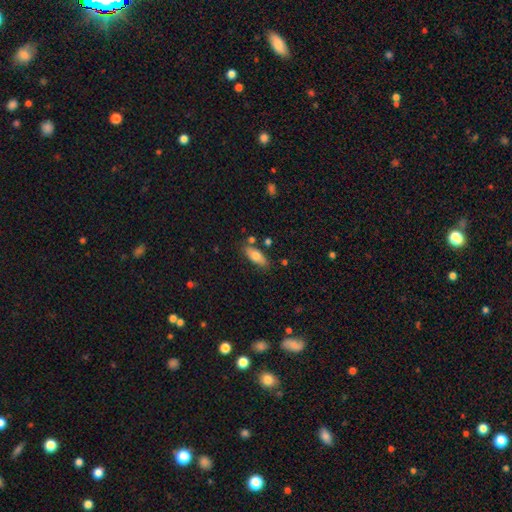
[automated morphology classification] smooth 73%, featured or disk 20%, star or artifact 7%. Down the decision tree: how rounded — in between (79%); merging — none (76%).